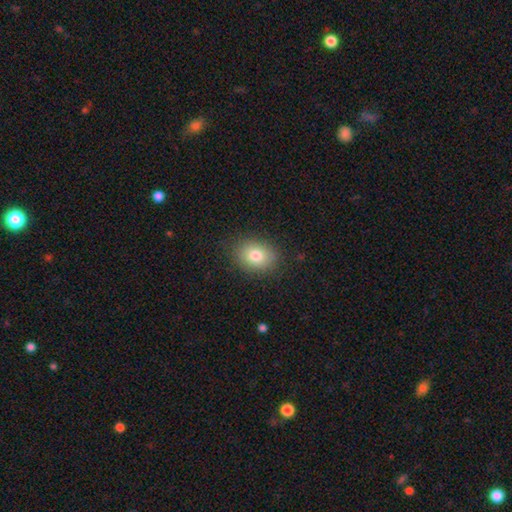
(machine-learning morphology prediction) Smooth or featured: smooth — 80% (featured or disk — 10%)
How rounded: in between — 59% (round — 40%)
Merging: none — 86% (minor disturbance — 10%)